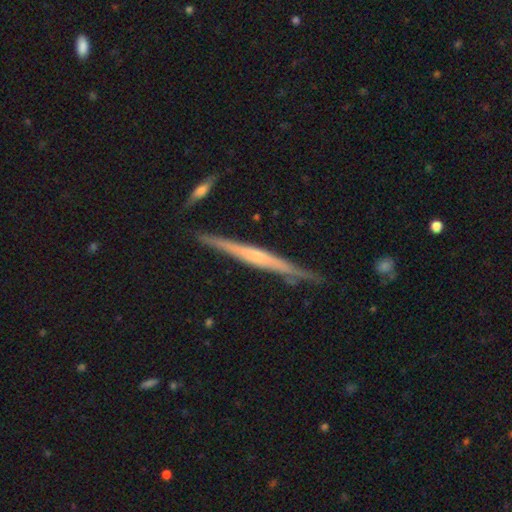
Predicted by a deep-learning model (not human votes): Morphology: type=featured or disk (65%); edge-on=yes (97%); edge-on bulge=none (59%); merging=none (83%).